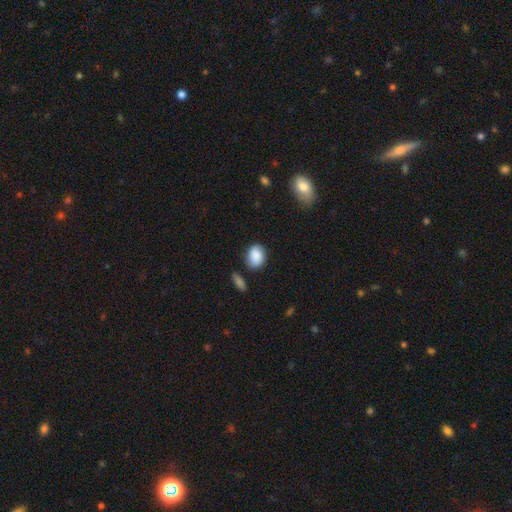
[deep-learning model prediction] This is clearly a smooth galaxy (87%). How rounded: likely in between (67%). Merging: likely none (74%).